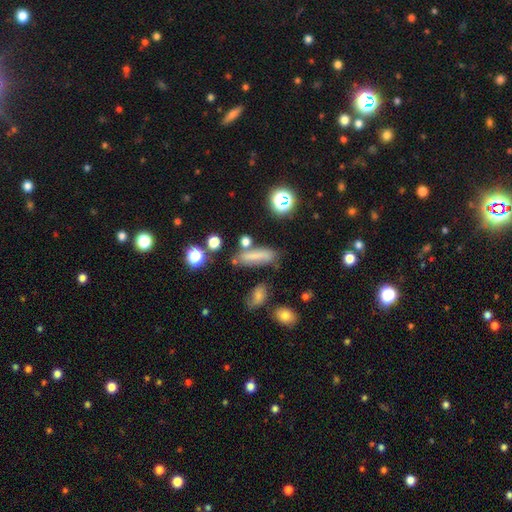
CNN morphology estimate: The model was most divided on "how rounded": cigar-shaped: 62%, in between: 31%, round: 7%. More confident: smooth or featured — smooth (68%); merging — none (63%).